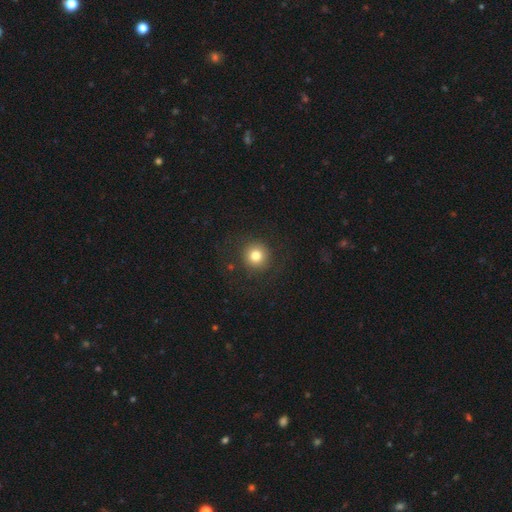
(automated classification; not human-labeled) Smooth or featured? Predicted: smooth (p=0.80). How rounded? Predicted: round (p=0.95). Merging? Predicted: none (p=0.89).